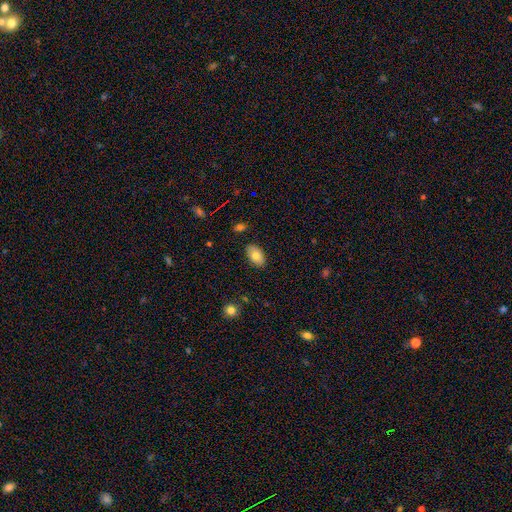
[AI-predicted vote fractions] Smooth or featured?
  - smooth: 78% *
  - featured or disk: 14%
  - star or artifact: 7%
How rounded?
  - in between: 92% *
  - round: 7%
  - cigar-shaped: 1%
Merging?
  - none: 86% *
  - minor disturbance: 11%
  - major disturbance: 2%
  - merger: 1%